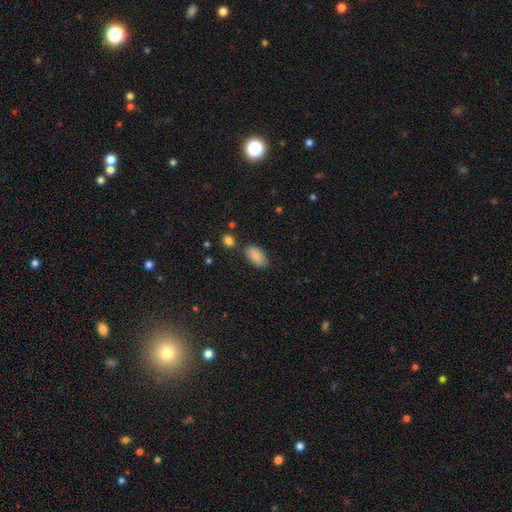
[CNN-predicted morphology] smooth-or-featured: smooth: 87% | star or artifact: 7% | featured or disk: 6%
  how-rounded: in between: 93% | round: 4% | cigar-shaped: 3%
  merging: none: 76% | minor disturbance: 16% | merger: 4% | major disturbance: 4%